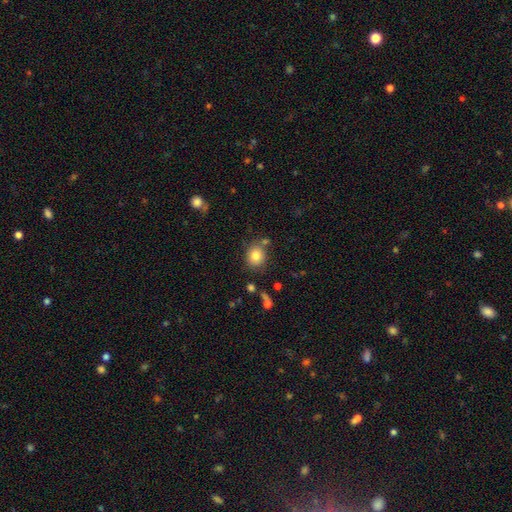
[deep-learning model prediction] A smooth galaxy with no disk features (81%) that is round (74%). Merging: none (75%).